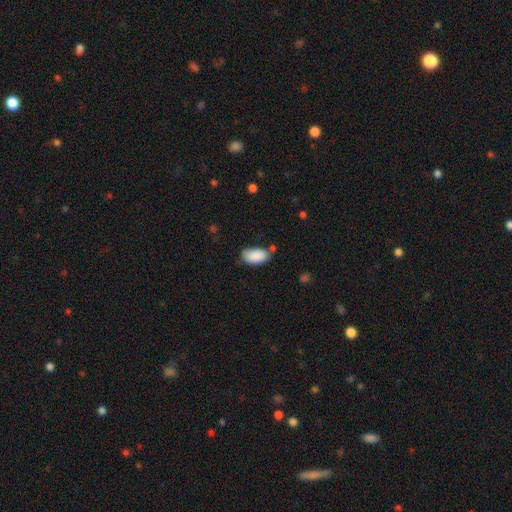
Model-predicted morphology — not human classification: type=smooth (89%); roundness=in between (95%); merging=none (69%).